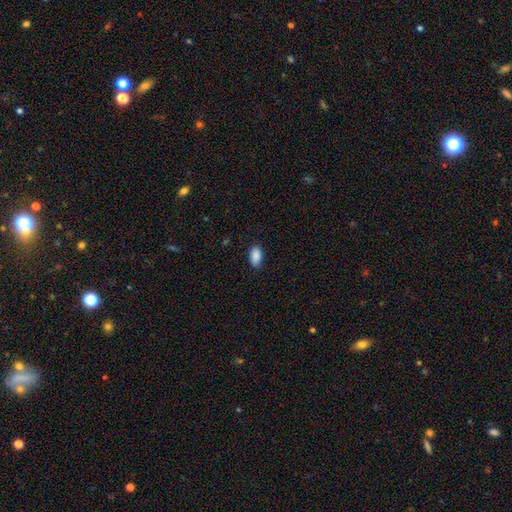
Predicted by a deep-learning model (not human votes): smooth_or_featured: smooth (p=0.90) [alt: star or artifact p=0.07]
how_rounded: in between (p=0.94) [alt: round p=0.04]
merging: none (p=0.87) [alt: minor disturbance p=0.10]